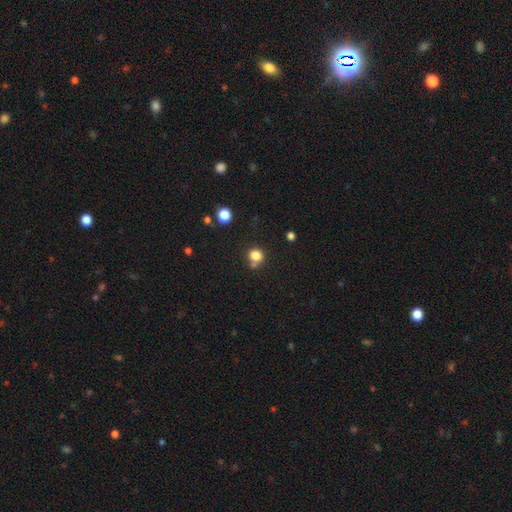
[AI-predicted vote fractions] Q: Smooth or featured?
A: smooth (81%); runner-up: star or artifact (13%)
Q: How rounded?
A: round (84%); runner-up: in between (15%)
Q: Merging?
A: none (61%); runner-up: merger (18%)